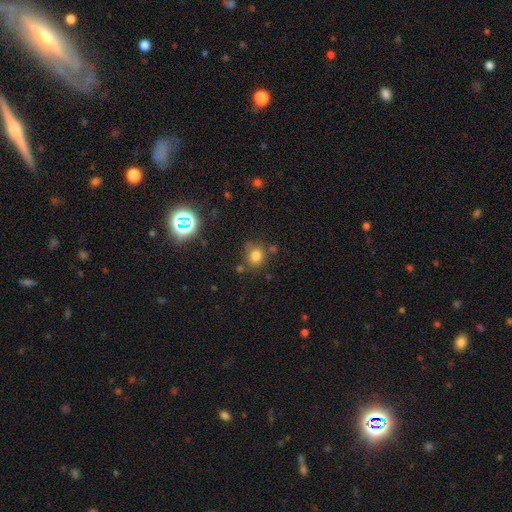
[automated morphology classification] Overall: smooth (77%). How rounded: round (79%). Merging: none (71%).